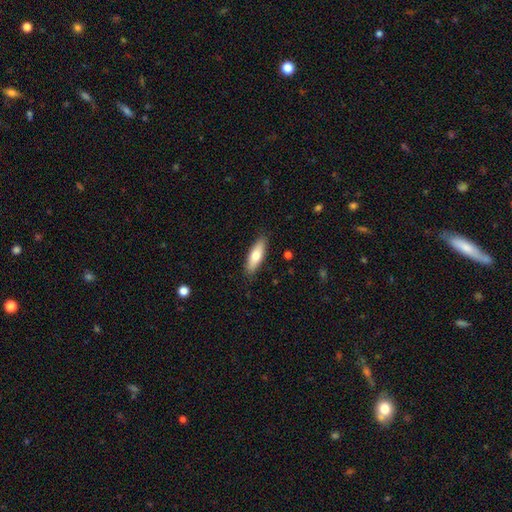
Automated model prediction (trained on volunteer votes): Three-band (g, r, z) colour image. It shows a smooth galaxy with no disk features (69%) that is in between round and cigar-shaped (51%). Merging: none (87%).